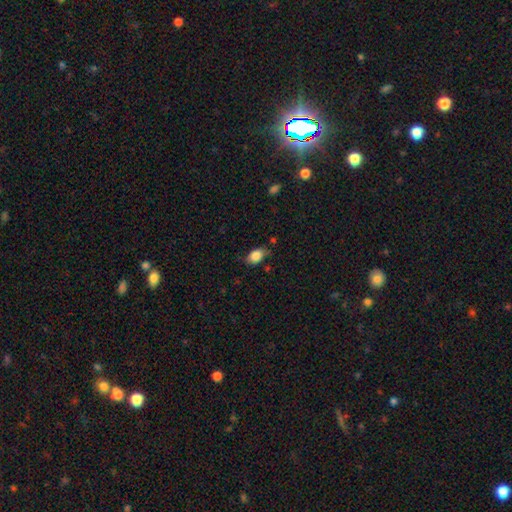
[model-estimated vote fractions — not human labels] A smooth galaxy with no disk features (84%) that is in between round and cigar-shaped (81%).

Vote fractions:
- Smooth or featured? smooth: 84% / star or artifact: 8% / featured or disk: 8%
- How rounded? in between: 81% / round: 17% / cigar-shaped: 2%
- Merging? none: 67% / minor disturbance: 25% / major disturbance: 6% / merger: 2%